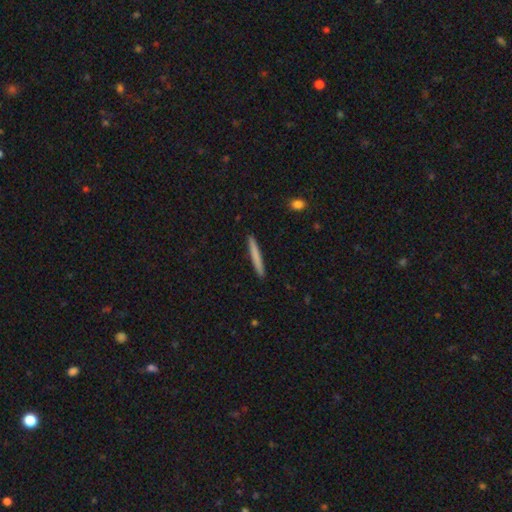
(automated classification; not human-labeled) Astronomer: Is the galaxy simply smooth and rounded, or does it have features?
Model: smooth — 74%.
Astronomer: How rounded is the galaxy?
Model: cigar-shaped — 97%.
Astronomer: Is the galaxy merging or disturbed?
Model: none — 93%.